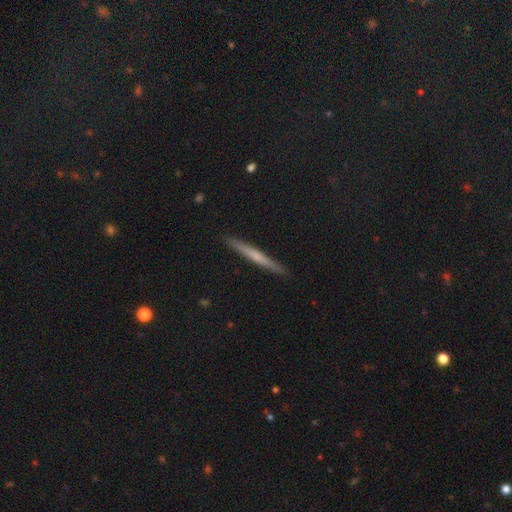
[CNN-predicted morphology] Smooth or featured? smooth (49%)
Merging? none (92%)